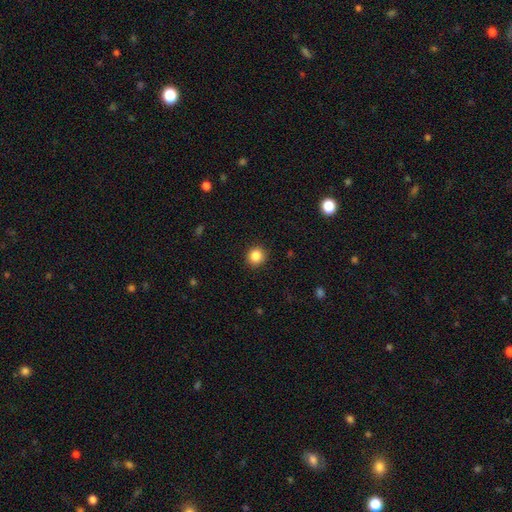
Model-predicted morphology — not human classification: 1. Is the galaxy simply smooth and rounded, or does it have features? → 85% smooth, 10% star or artifact, 4% featured or disk.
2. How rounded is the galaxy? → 90% round, 9% in between, 1% cigar-shaped.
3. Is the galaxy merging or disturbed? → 92% none, 6% minor disturbance, 2% major disturbance, 1% merger.